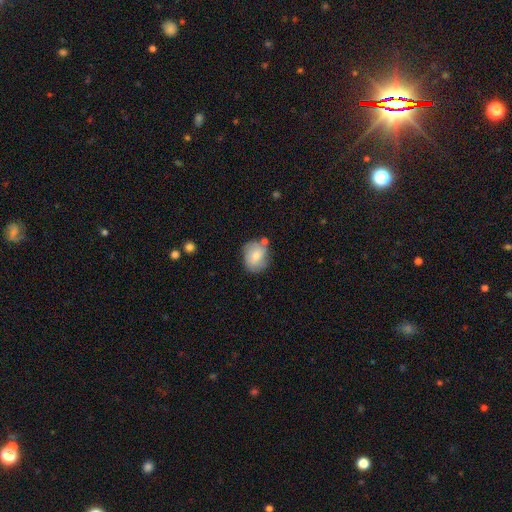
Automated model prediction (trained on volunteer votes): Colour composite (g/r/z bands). It shows a smooth galaxy with no disk features (70%) that is round (58%). Merging: none (64%).